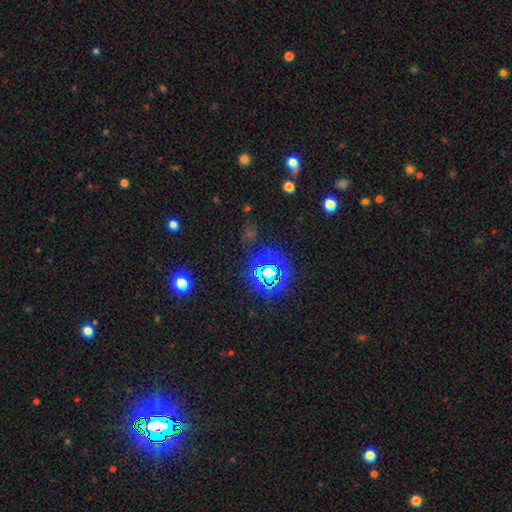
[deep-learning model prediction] Smooth or featured? star or artifact (76%)